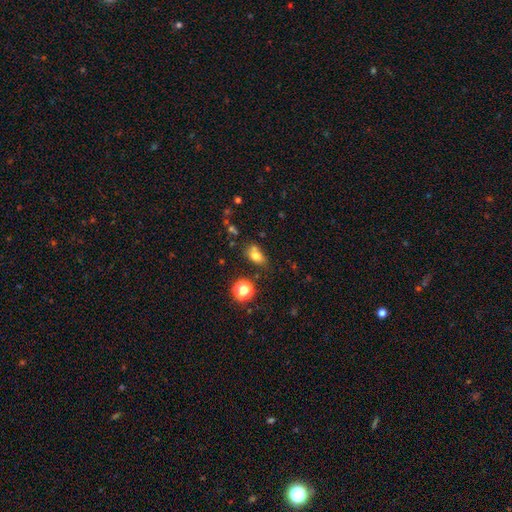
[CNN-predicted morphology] Overall: smooth (75%). How rounded: in between (69%). Merging: none (56%; minor disturbance 20%).